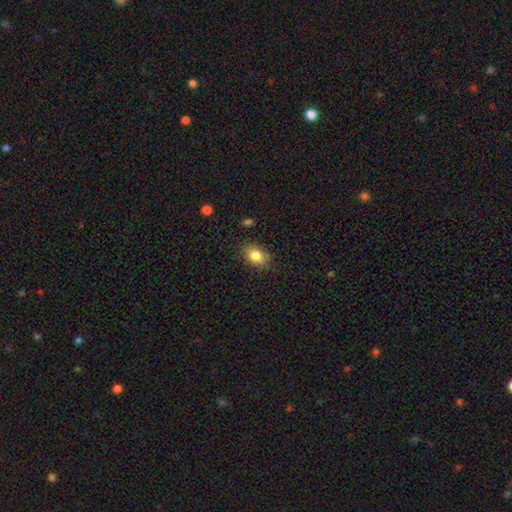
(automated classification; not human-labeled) smooth_or_featured: smooth (p=0.84) [alt: star or artifact p=0.09]
how_rounded: in between (p=0.78) [alt: round p=0.21]
merging: none (p=0.84) [alt: minor disturbance p=0.12]